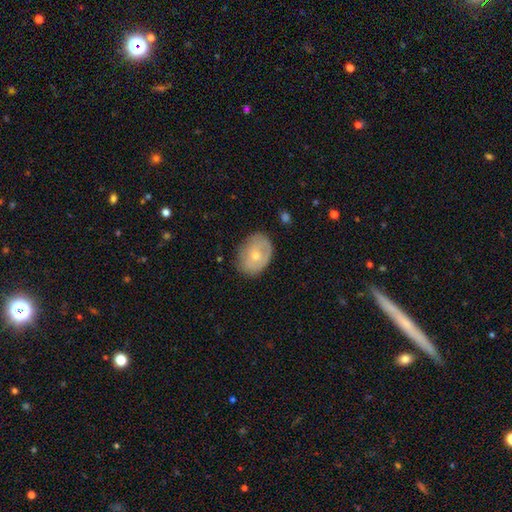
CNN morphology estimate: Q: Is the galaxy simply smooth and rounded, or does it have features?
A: smooth — 58%.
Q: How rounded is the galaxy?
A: in between — 64%.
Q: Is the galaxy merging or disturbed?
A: none — 71%.